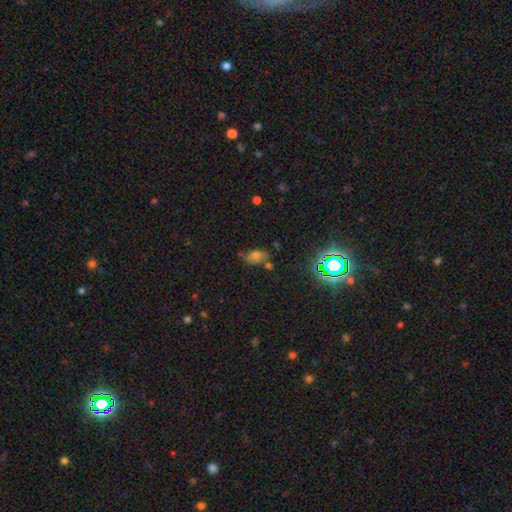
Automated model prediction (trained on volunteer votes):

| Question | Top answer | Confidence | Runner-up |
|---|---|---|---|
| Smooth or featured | smooth | 61% | star or artifact (25%) |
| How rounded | in between | 85% | round (12%) |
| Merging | none | 58% | minor disturbance (23%) |